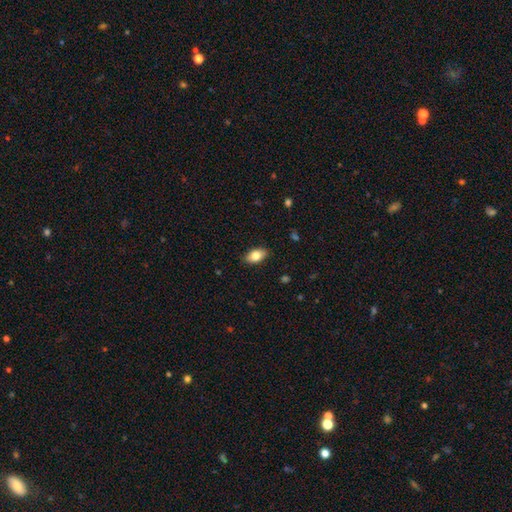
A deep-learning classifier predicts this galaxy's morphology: Smooth or featured: smooth — 81% (featured or disk — 12%)
How rounded: in between — 91% (round — 6%)
Merging: none — 87% (minor disturbance — 10%)